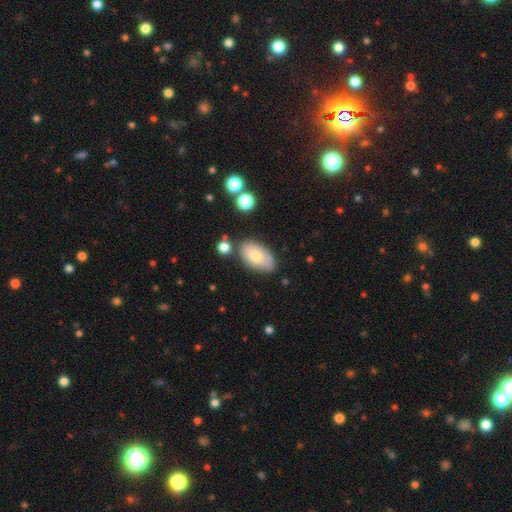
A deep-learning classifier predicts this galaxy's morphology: Q: Smooth or featured?
A: smooth (71%); runner-up: featured or disk (21%)
Q: How rounded?
A: in between (94%); runner-up: round (4%)
Q: Merging?
A: none (71%); runner-up: minor disturbance (18%)